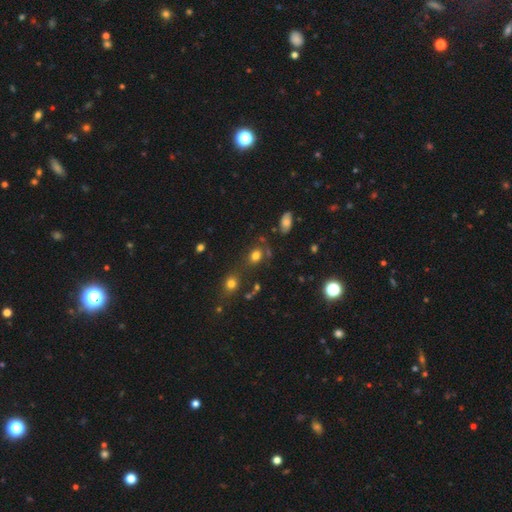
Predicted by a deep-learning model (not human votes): smooth_or_featured: smooth (p=0.76) [alt: star or artifact p=0.15]
how_rounded: round (p=0.57) [alt: in between p=0.42]
merging: none (p=0.64) [alt: minor disturbance p=0.16]